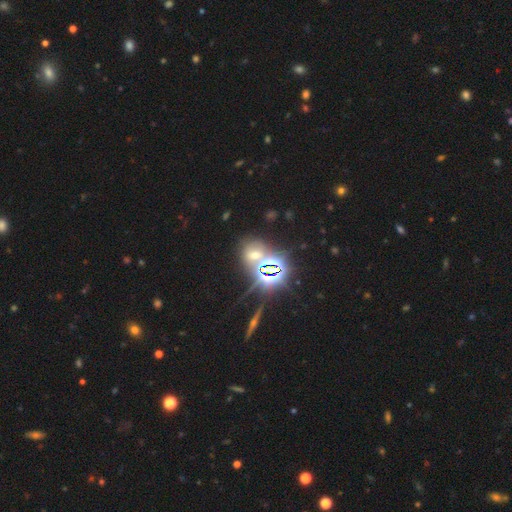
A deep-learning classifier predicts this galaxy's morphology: Smooth or featured?
  - star or artifact: 65% *
  - smooth: 22%
  - featured or disk: 14%